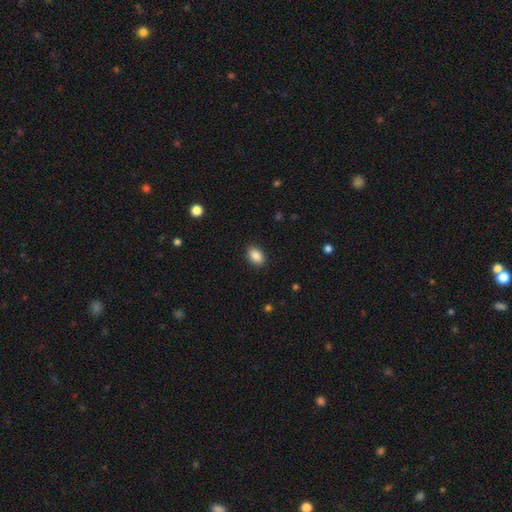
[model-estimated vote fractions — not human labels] smooth_or_featured: smooth (p=0.89) [alt: star or artifact p=0.08]
how_rounded: in between (p=0.82) [alt: round p=0.17]
merging: none (p=0.89) [alt: minor disturbance p=0.08]